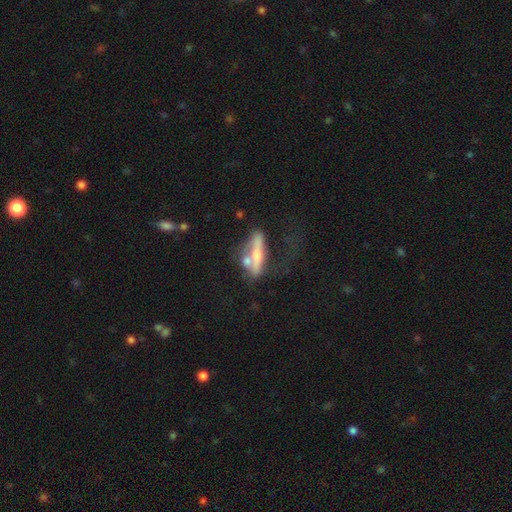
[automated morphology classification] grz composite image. It shows a featured or disk galaxy (47%). Merging: none (35%).